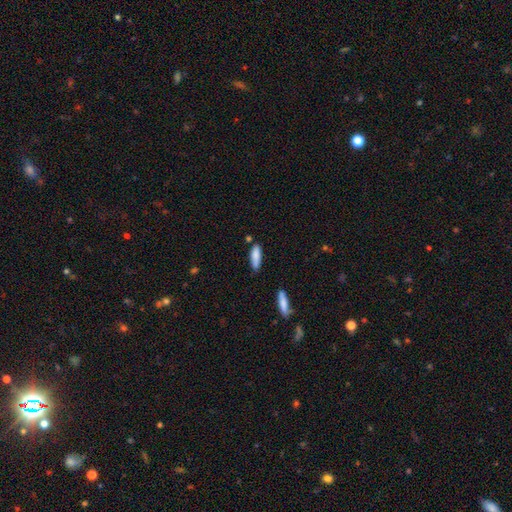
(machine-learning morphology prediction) smooth_or_featured: smooth (p=0.84) [alt: featured or disk p=0.09]
how_rounded: cigar-shaped (p=0.52) [alt: in between p=0.46]
merging: none (p=0.72) [alt: minor disturbance p=0.19]